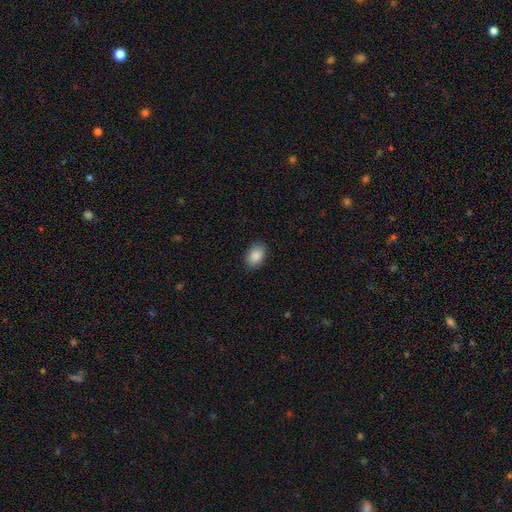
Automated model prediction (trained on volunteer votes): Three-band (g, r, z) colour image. It shows a smooth galaxy with no disk features (89%) that is in between round and cigar-shaped (88%). Merging: none (87%).